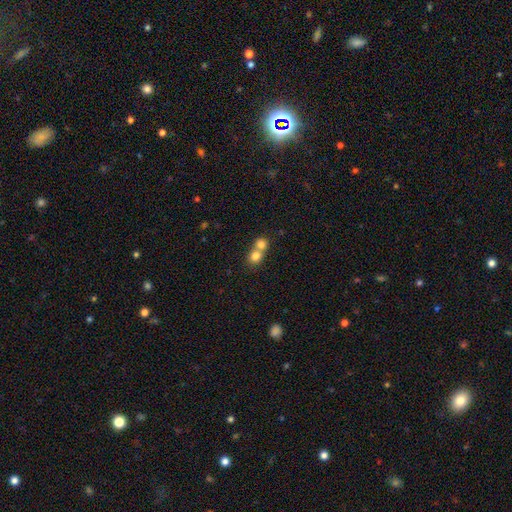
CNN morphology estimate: Smooth or featured: smooth — 78% (featured or disk — 12%)
How rounded: round — 79% (in between — 20%)
Merging: merger — 64% (none — 30%)